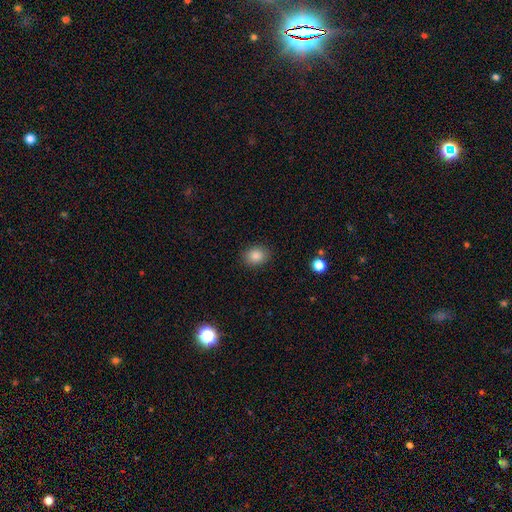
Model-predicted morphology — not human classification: type=smooth (85%); roundness=in between (54%); merging=none (88%).